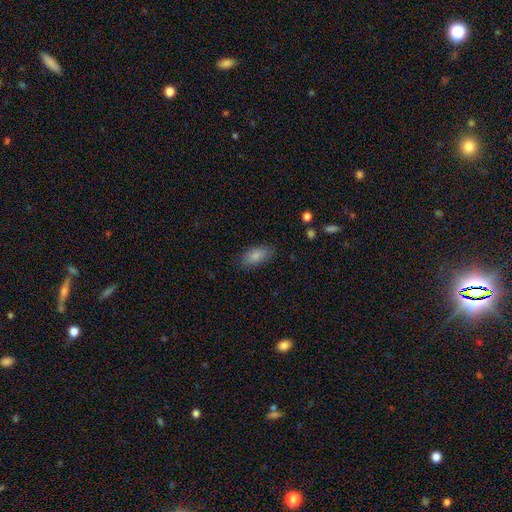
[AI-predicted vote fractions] The model was most divided on "merging": none: 83%, minor disturbance: 13%, major disturbance: 3%, merger: 1%. More confident: how rounded — in between (89%); smooth or featured — smooth (84%).